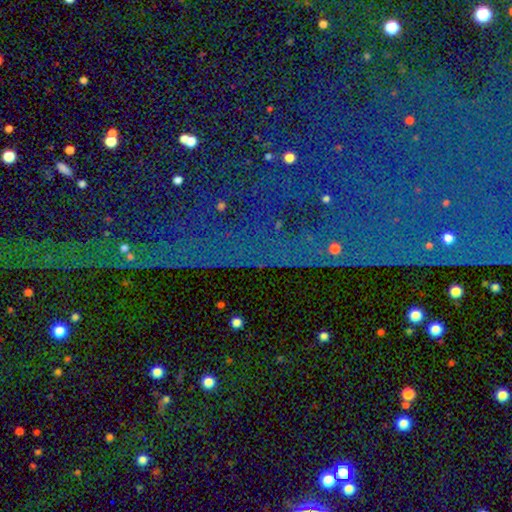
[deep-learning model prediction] Q: Smooth or featured?
A: star or artifact (83%); runner-up: featured or disk (9%)